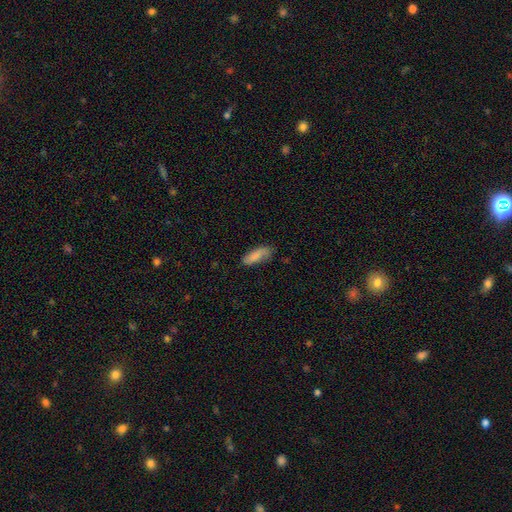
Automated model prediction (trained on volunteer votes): Smooth or featured?
  - smooth: 80% *
  - featured or disk: 13%
  - star or artifact: 6%
How rounded?
  - in between: 67% *
  - cigar-shaped: 31%
  - round: 2%
Merging?
  - none: 70% *
  - minor disturbance: 23%
  - major disturbance: 5%
  - merger: 2%